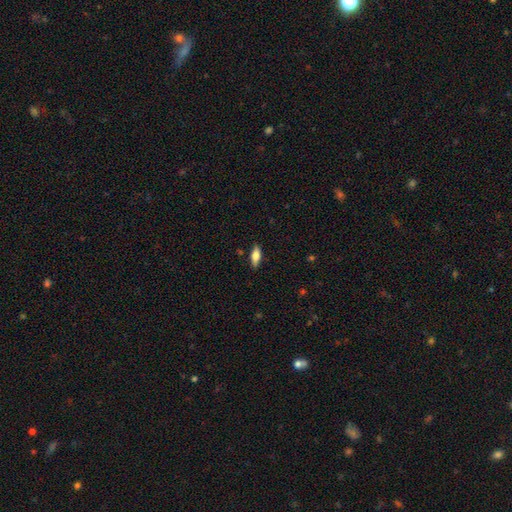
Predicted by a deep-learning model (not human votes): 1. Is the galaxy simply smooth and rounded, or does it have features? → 68% smooth, 25% featured or disk, 7% star or artifact.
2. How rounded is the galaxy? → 71% in between, 26% cigar-shaped, 3% round.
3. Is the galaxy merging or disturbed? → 86% none, 10% minor disturbance, 2% major disturbance, 1% merger.